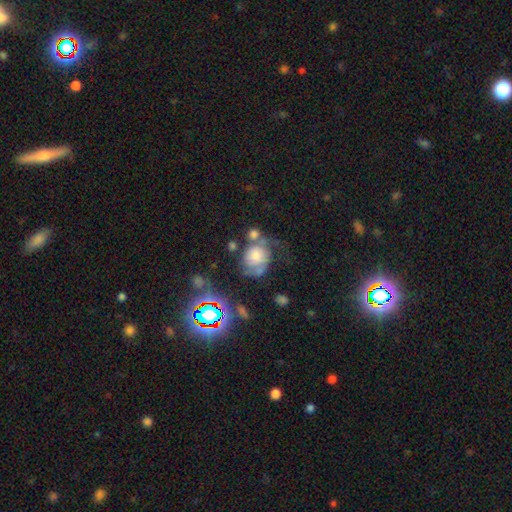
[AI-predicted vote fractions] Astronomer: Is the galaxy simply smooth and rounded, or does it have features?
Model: featured or disk — 46% (runner-up: smooth, 38%).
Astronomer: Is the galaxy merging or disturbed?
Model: none — 36% (runner-up: major disturbance, 24%).